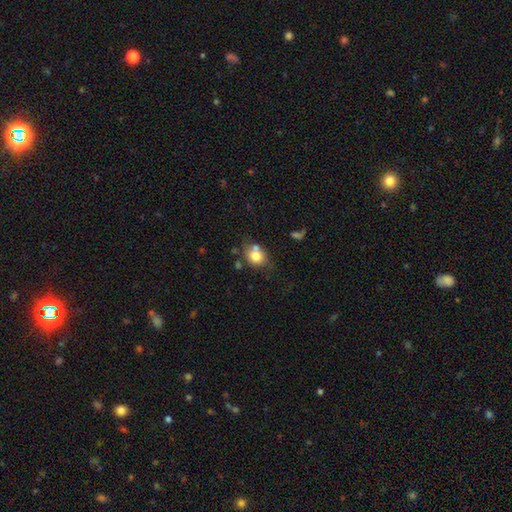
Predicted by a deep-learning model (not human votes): This appears to be a smooth galaxy with no disk features (77%) that is round (55%). Merging: none (57%).